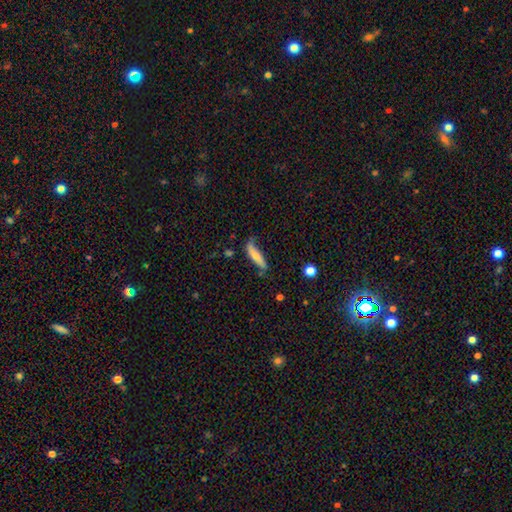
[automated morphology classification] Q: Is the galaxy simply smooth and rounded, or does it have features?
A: smooth — 63%.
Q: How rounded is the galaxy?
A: cigar-shaped — 76%.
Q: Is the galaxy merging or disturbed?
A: none — 55%.